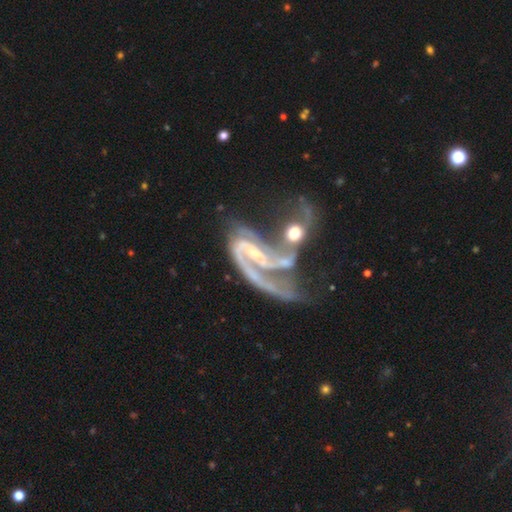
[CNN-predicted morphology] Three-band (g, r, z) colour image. It shows a featured or disk galaxy (88%) with a weak bar (37%), 2 (70%) loose (42%) spiral arms (92%) and a small central bulge (60%). Merging: merger (55%).